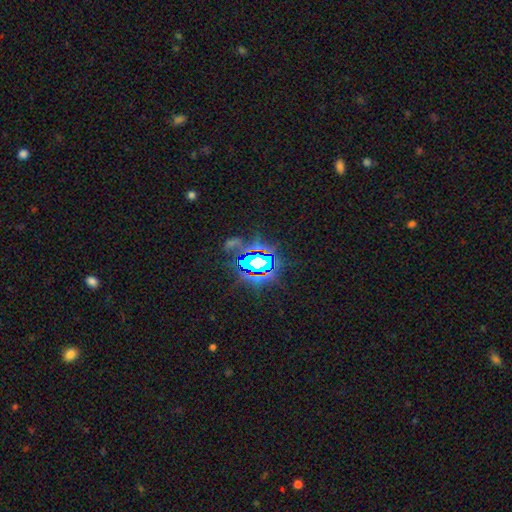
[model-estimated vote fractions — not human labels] Smooth or featured? star or artifact (77%)